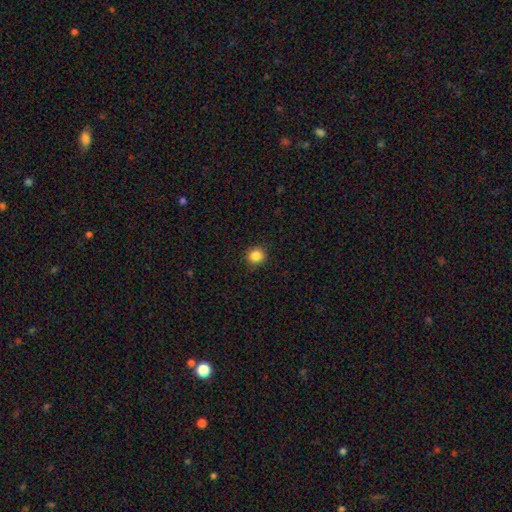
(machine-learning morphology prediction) Smooth or featured? Predicted: smooth (p=0.86). How rounded? Predicted: round (p=0.89). Merging? Predicted: none (p=0.90).